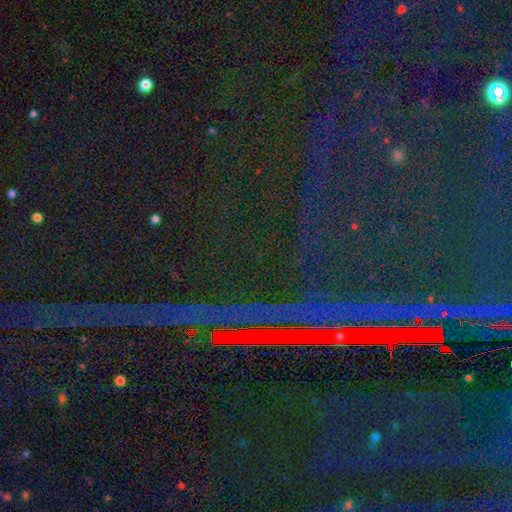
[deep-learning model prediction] Smooth or featured? star or artifact (88%)